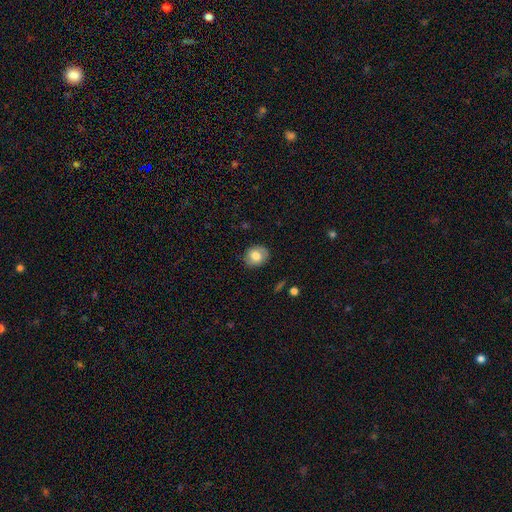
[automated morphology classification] The model was most divided on "how rounded": round: 55%, in between: 44%, cigar-shaped: 1%. More confident: merging — none (82%); smooth or featured — smooth (73%).